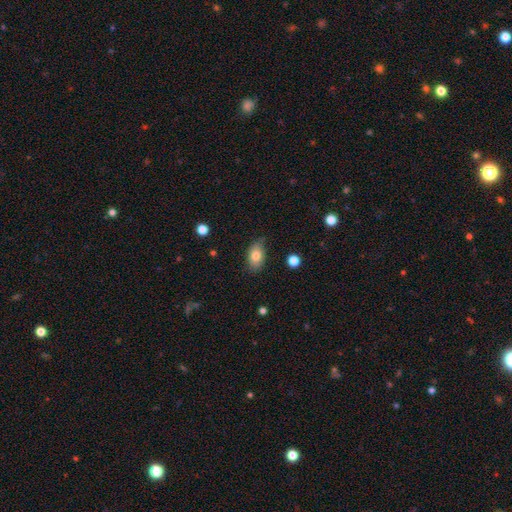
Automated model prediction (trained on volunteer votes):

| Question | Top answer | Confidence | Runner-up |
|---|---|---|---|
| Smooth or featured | smooth | 80% | featured or disk (12%) |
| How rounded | in between | 87% | round (11%) |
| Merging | none | 80% | minor disturbance (16%) |